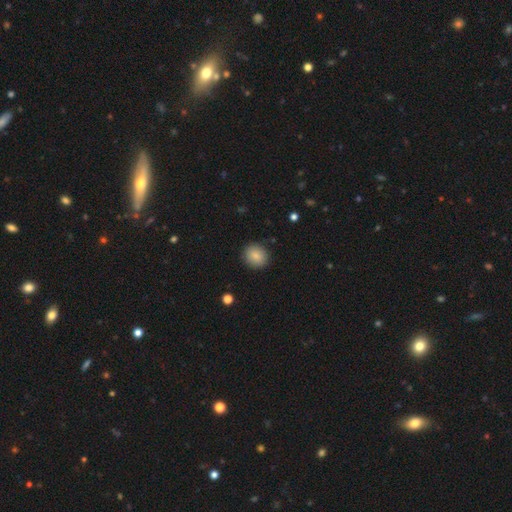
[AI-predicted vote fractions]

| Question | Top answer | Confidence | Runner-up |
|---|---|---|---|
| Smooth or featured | smooth | 86% | star or artifact (8%) |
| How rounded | round | 83% | in between (16%) |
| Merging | none | 88% | minor disturbance (8%) |